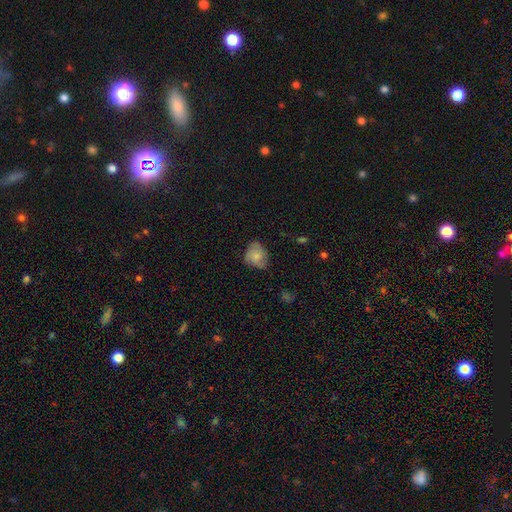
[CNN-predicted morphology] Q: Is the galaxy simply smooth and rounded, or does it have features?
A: smooth — 62%.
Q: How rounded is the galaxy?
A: in between — 55%.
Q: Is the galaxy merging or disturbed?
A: none — 58%.